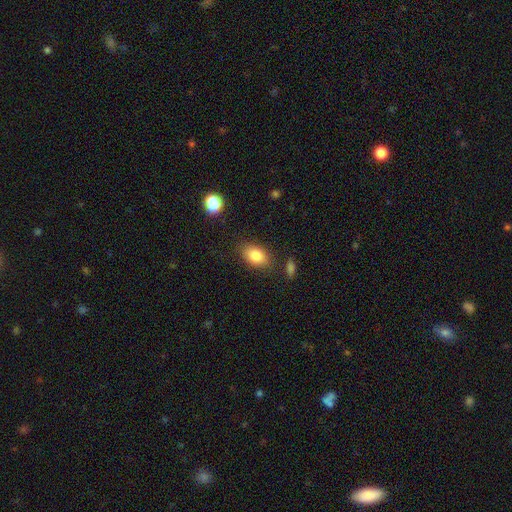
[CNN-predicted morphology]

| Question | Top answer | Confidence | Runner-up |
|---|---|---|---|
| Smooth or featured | smooth | 85% | star or artifact (8%) |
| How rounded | in between | 86% | round (12%) |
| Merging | none | 81% | minor disturbance (12%) |